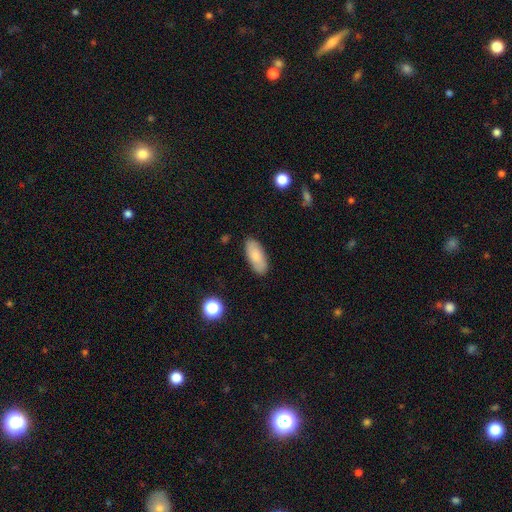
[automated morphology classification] This appears to be a smooth galaxy with no disk features (82%) that is in between round and cigar-shaped (87%). Merging: none (86%).